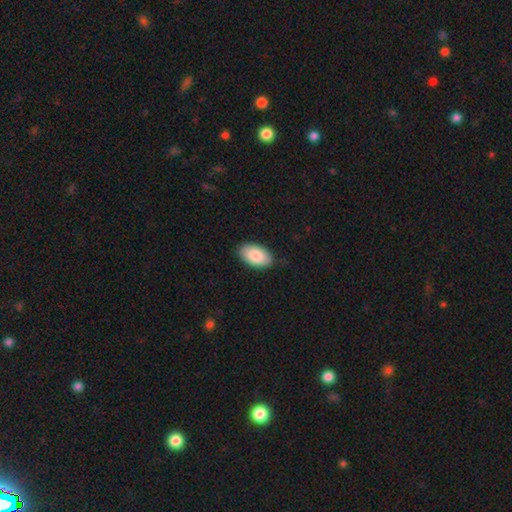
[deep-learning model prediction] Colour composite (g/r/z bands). It shows a smooth galaxy with no disk features (88%) that is in between round and cigar-shaped (95%). Merging: none (84%).